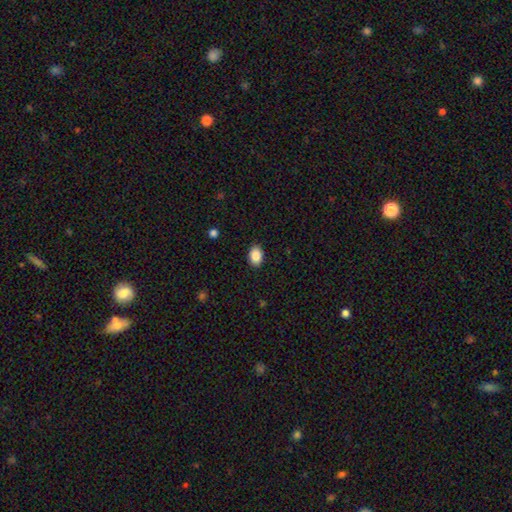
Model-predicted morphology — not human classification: smooth_or_featured: smooth (p=0.89) [alt: star or artifact p=0.08]
how_rounded: in between (p=0.78) [alt: round p=0.21]
merging: none (p=0.89) [alt: minor disturbance p=0.08]